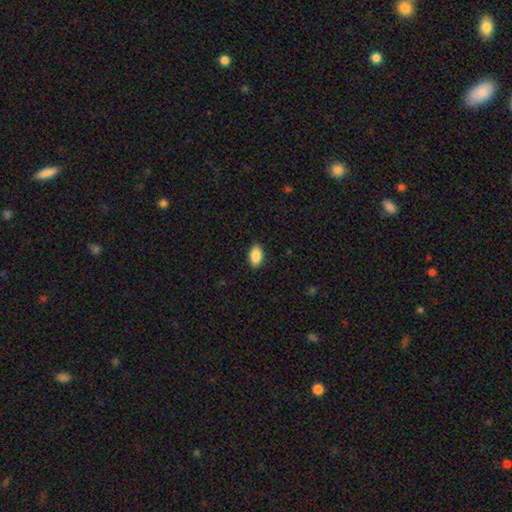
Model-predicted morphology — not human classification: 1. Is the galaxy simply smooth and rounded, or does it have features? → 88% smooth, 7% star or artifact, 5% featured or disk.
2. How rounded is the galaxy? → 93% in between, 5% round, 2% cigar-shaped.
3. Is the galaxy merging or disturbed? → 89% none, 8% minor disturbance, 2% major disturbance, 1% merger.